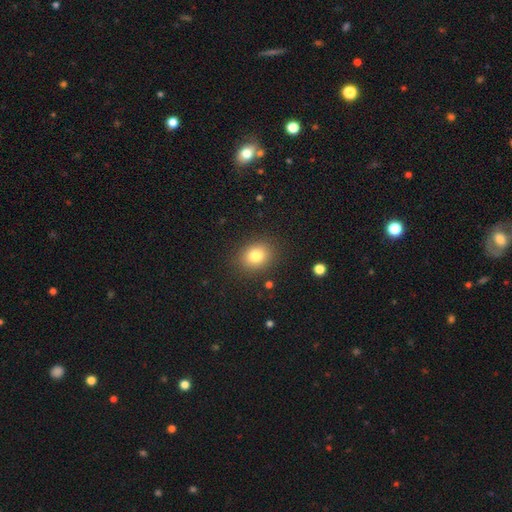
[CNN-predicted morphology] smooth 81%, star or artifact 11%, featured or disk 8%. Down the decision tree: how rounded — round (60%); merging — none (88%).